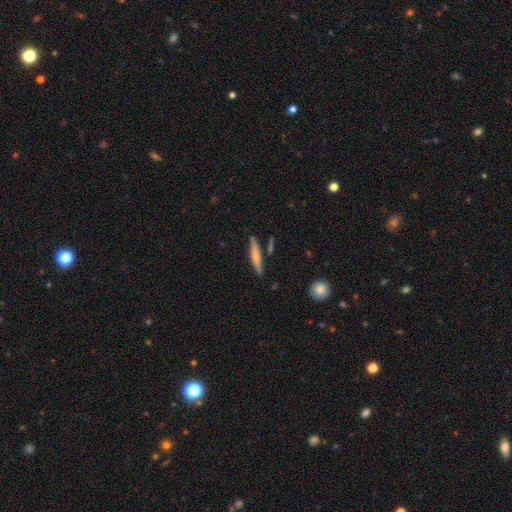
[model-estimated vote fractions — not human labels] smooth_or_featured: smooth (p=0.62) [alt: featured or disk p=0.32]
how_rounded: cigar-shaped (p=0.91) [alt: in between p=0.07]
merging: none (p=0.82) [alt: minor disturbance p=0.11]